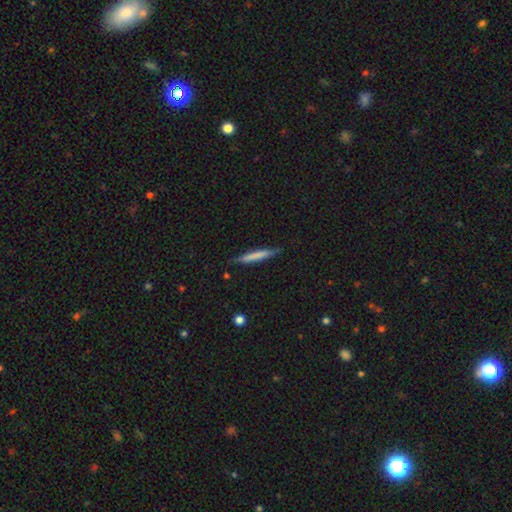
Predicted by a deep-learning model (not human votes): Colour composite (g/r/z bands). It shows a smooth galaxy with no disk features (64%) that is cigar-shaped (94%). Merging: none (84%).